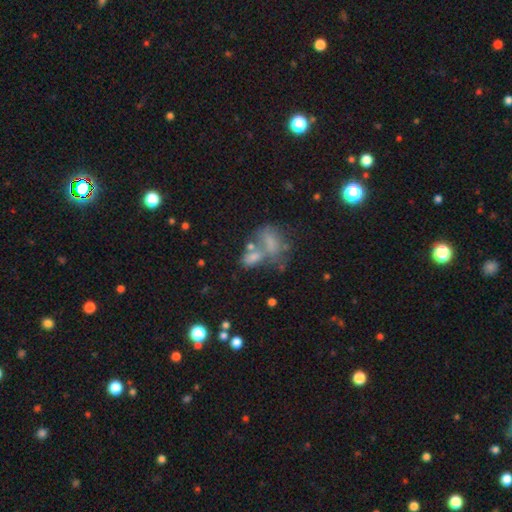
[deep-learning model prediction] Morphology: type=smooth (57%); roundness=in between (81%); merging=merger (46%).